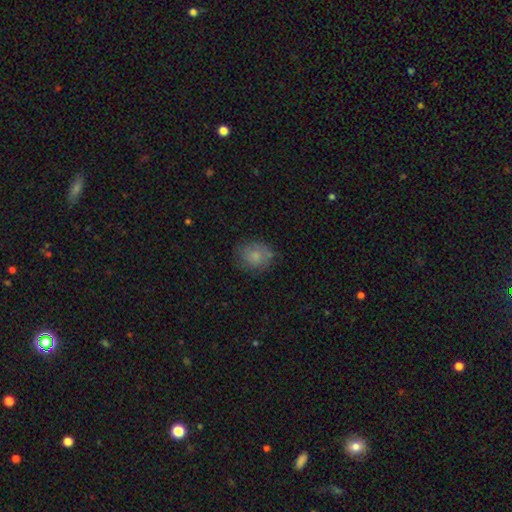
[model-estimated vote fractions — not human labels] smooth_or_featured: smooth (p=0.76) [alt: featured or disk p=0.14]
how_rounded: round (p=0.65) [alt: in between p=0.34]
merging: none (p=0.70) [alt: minor disturbance p=0.21]